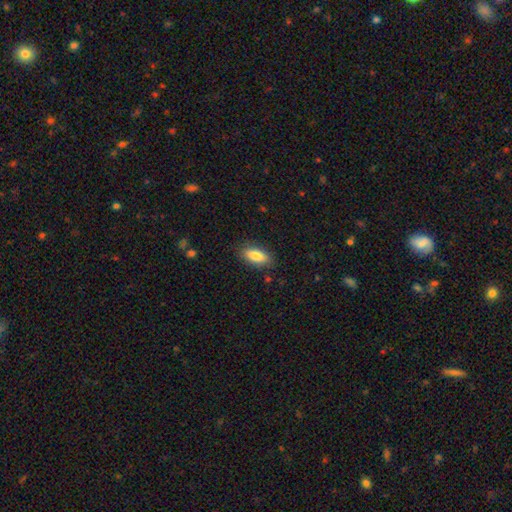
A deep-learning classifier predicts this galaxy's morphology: Smooth or featured? Predicted: smooth (p=0.84). How rounded? Predicted: in between (p=0.82). Merging? Predicted: none (p=0.85).